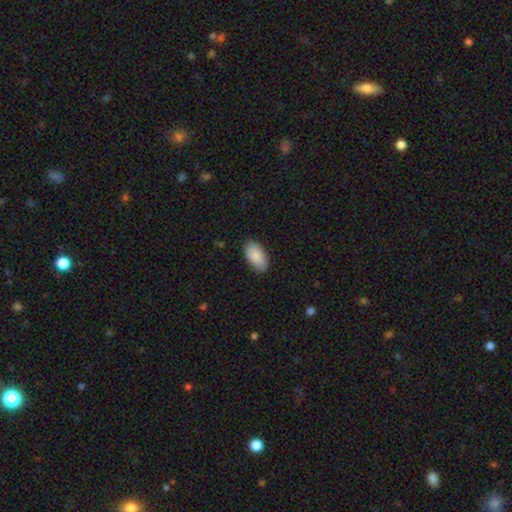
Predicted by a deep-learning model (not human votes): A smooth galaxy with no disk features (87%) that is in between round and cigar-shaped (95%). Merging: none (85%).